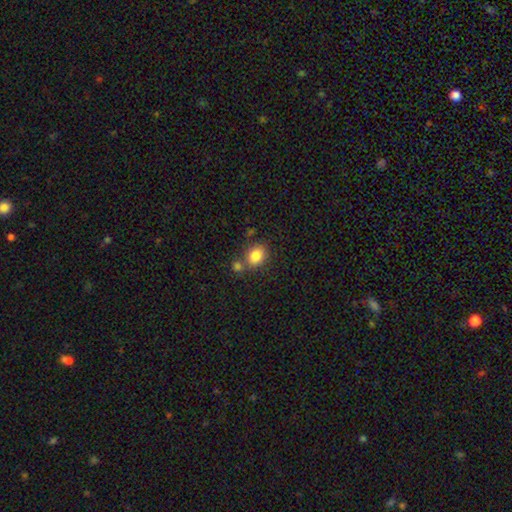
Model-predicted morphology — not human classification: A smooth galaxy with no disk features (83%) that is in between round and cigar-shaped (56%).

Vote fractions:
- Smooth or featured? smooth: 83% / star or artifact: 9% / featured or disk: 7%
- How rounded? in between: 56% / round: 42% / cigar-shaped: 1%
- Merging? none: 58% / merger: 25% / minor disturbance: 12% / major disturbance: 4%